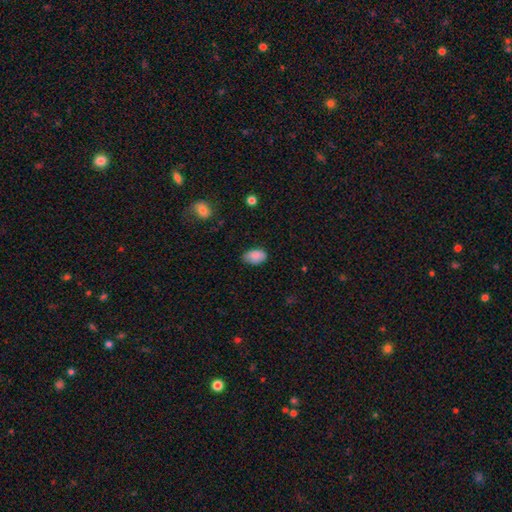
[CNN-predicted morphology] Smooth or featured? Predicted: smooth (p=0.87). How rounded? Predicted: in between (p=0.90). Merging? Predicted: none (p=0.72).